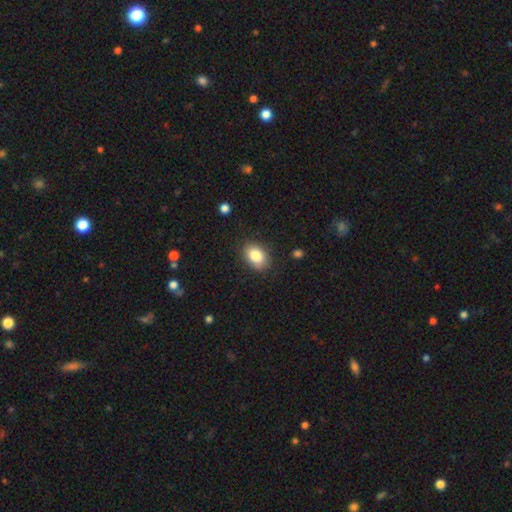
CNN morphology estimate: smooth-or-featured: smooth: 84% | star or artifact: 8% | featured or disk: 8%
  how-rounded: in between: 78% | round: 21% | cigar-shaped: 1%
  merging: none: 83% | minor disturbance: 13% | major disturbance: 3% | merger: 1%